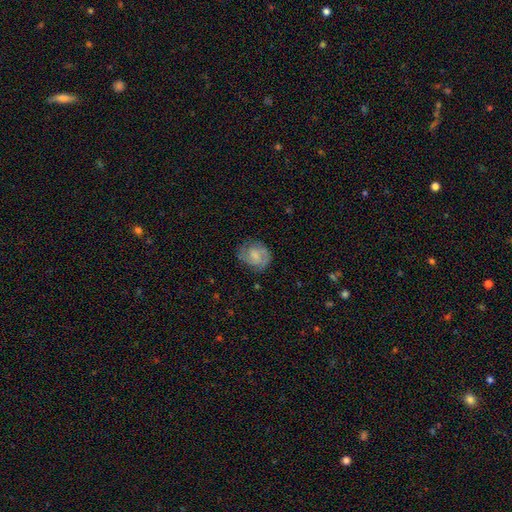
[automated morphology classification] Smooth or featured? Predicted: featured or disk (p=0.53). Edge-on disk? Predicted: no (p=0.98). Bar? Predicted: no (p=0.47). Spiral arms? Predicted: yes (p=0.87). Bulge size? Predicted: small (p=0.42). Merging? Predicted: none (p=0.72).